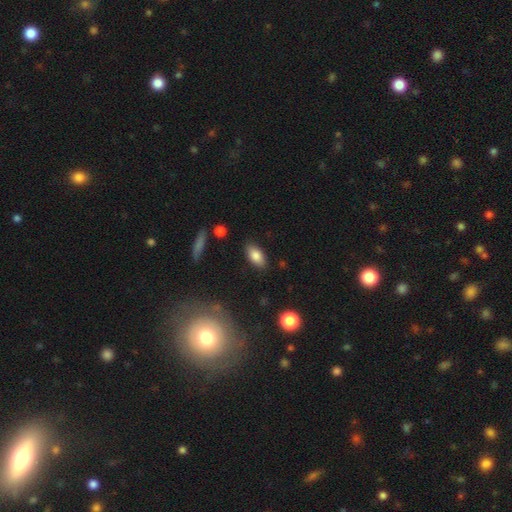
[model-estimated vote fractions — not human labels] A smooth galaxy with no disk features (83%) that is in between round and cigar-shaped (91%). Merging: none (85%).